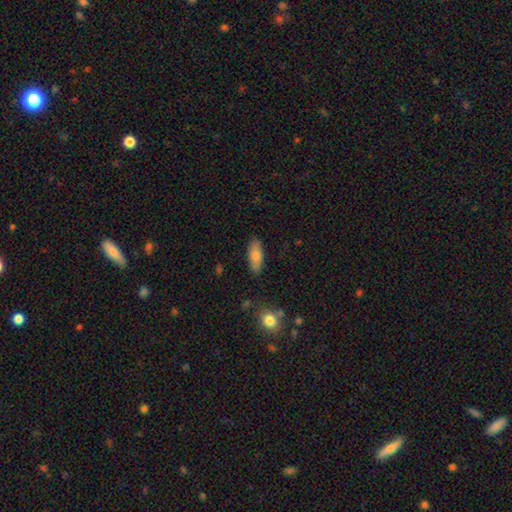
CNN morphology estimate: The model was most divided on "how rounded": in between: 74%, cigar-shaped: 24%, round: 2%. More confident: merging — none (84%); smooth or featured — smooth (78%).